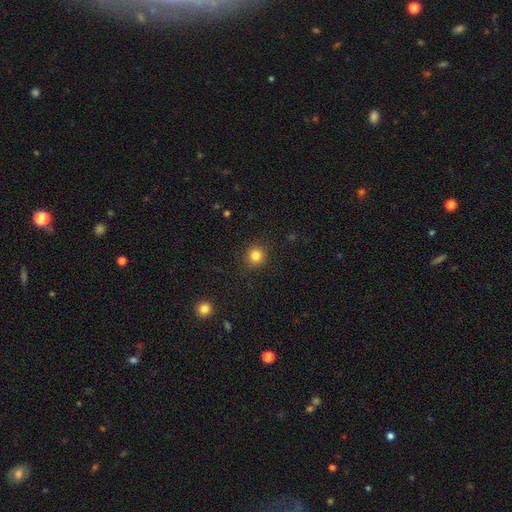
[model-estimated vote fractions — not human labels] The model was most divided on "smooth or featured": smooth: 82%, star or artifact: 12%, featured or disk: 6%. More confident: how rounded — round (91%); merging — none (90%).